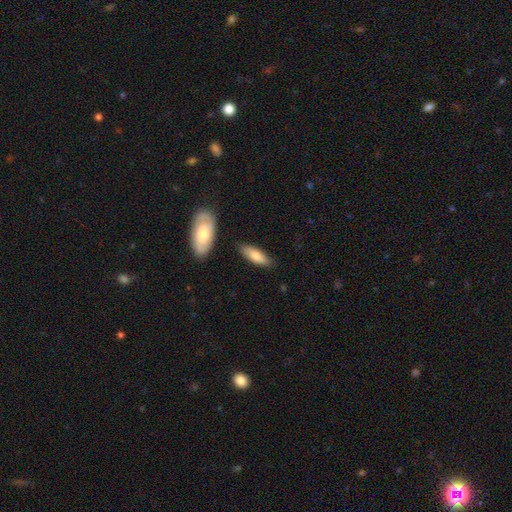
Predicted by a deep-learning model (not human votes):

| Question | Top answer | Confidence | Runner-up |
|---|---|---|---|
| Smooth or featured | smooth | 76% | featured or disk (19%) |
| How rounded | in between | 58% | cigar-shaped (40%) |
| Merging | none | 79% | minor disturbance (14%) |